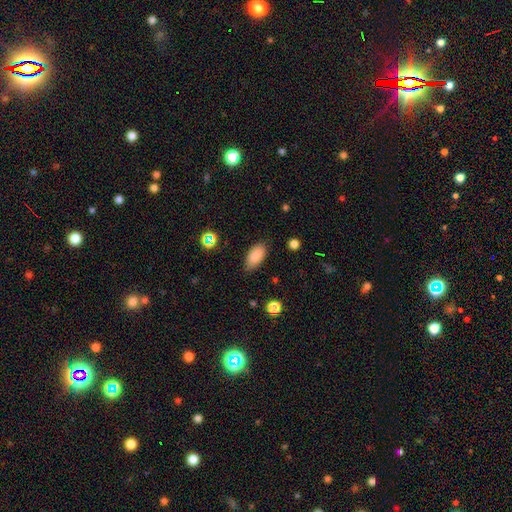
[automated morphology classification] Overall: smooth (86%). How rounded: in between (91%). Merging: none (82%).